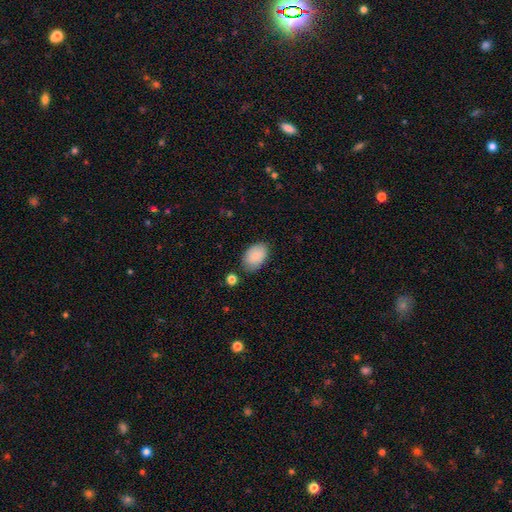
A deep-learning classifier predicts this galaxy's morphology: smooth-or-featured: smooth: 88% | star or artifact: 6% | featured or disk: 5%
  how-rounded: in between: 92% | round: 7% | cigar-shaped: 1%
  merging: none: 78% | minor disturbance: 16% | major disturbance: 3% | merger: 3%